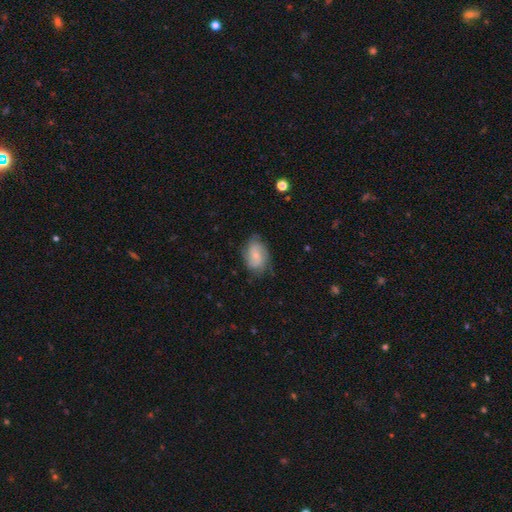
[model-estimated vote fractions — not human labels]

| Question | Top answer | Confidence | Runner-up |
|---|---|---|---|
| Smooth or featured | featured or disk | 49% | smooth (43%) |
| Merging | none | 71% | minor disturbance (21%) |